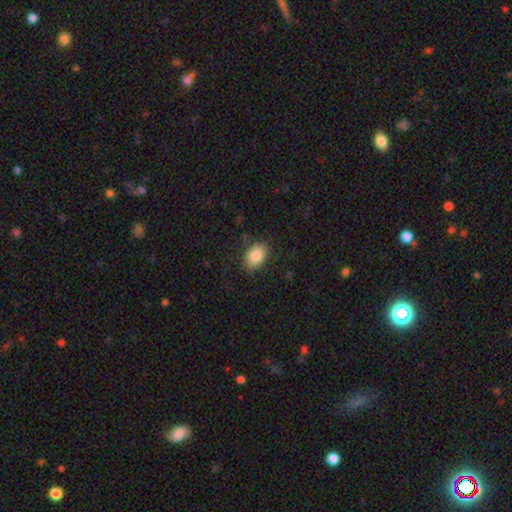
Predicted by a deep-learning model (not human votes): This is clearly a smooth galaxy (86%). How rounded: clearly in between (82%). Merging: clearly none (80%).